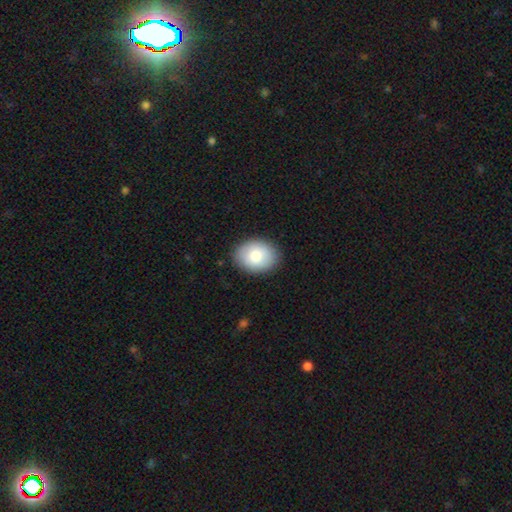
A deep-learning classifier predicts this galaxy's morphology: smooth 80%, featured or disk 13%, star or artifact 7%. Down the decision tree: how rounded — in between (61%); merging — none (88%).